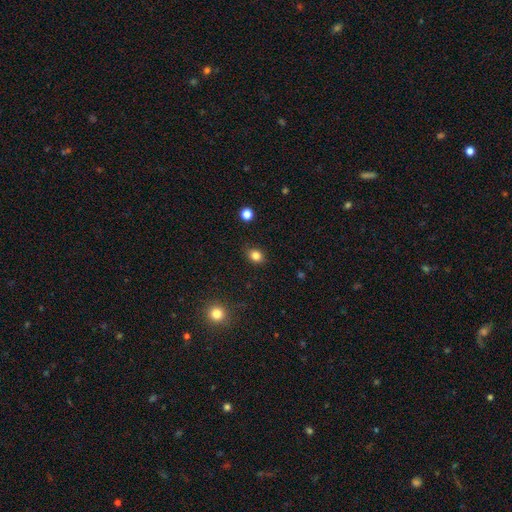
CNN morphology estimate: Overall: smooth (83%). How rounded: in between (54%; round 45%). Merging: none (86%).